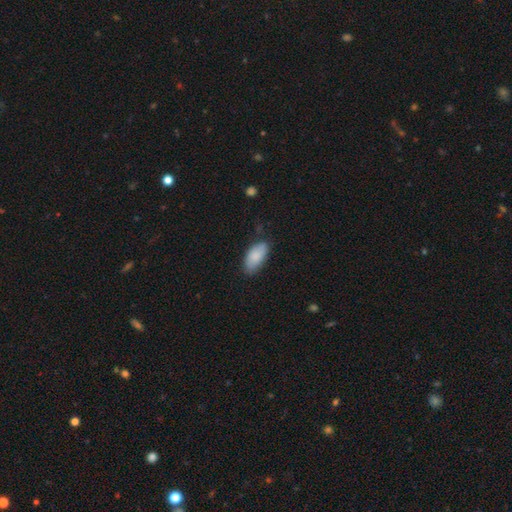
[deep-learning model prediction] Overall: smooth (86%). How rounded: in between (92%). Merging: none (72%).